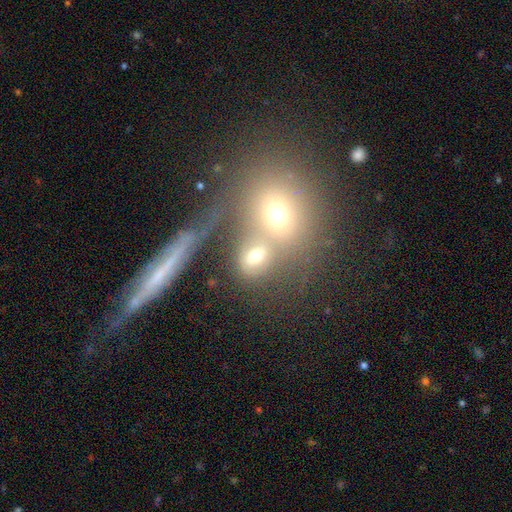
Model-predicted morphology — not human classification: This is likely a smooth galaxy (63%). How rounded: possibly round (56%). Merging: possibly merger (53%).